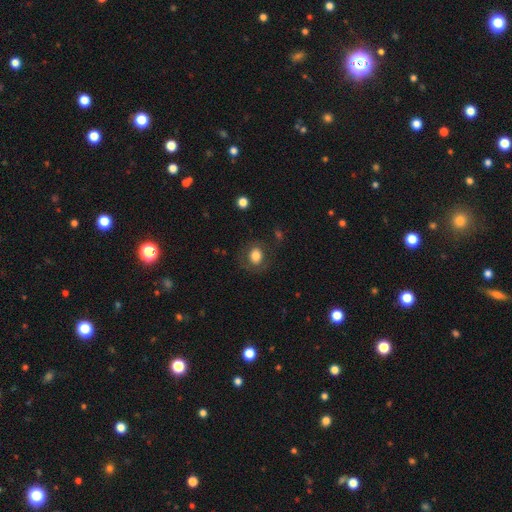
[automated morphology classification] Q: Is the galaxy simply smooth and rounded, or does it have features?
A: smooth — 78%.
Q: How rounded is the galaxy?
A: round — 60%.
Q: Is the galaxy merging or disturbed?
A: none — 75%.